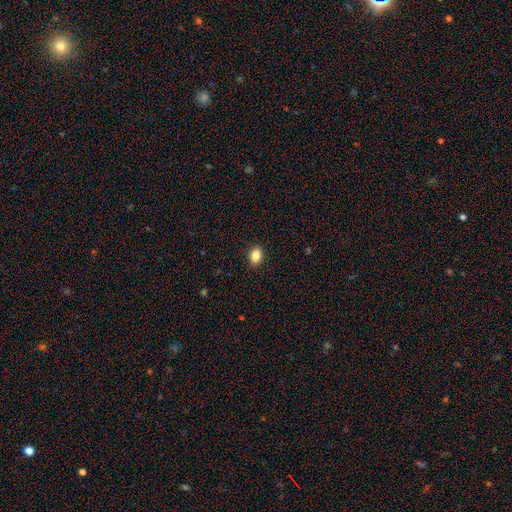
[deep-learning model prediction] Overall: smooth (87%). How rounded: in between (75%). Merging: none (90%).